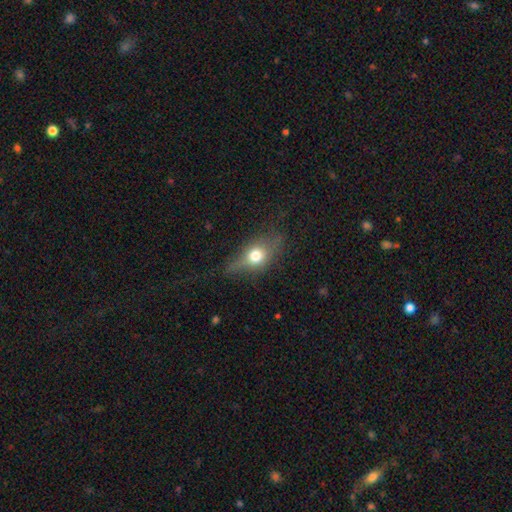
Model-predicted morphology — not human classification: smooth 57%, featured or disk 31%, star or artifact 12%. Down the decision tree: how rounded — in between (57%); merging — none (66%).